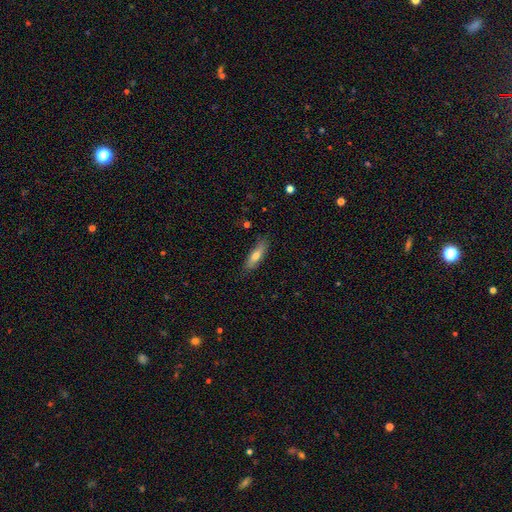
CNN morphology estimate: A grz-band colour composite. It shows a smooth galaxy with no disk features (71%) that is cigar-shaped (53%). Merging: none (81%).